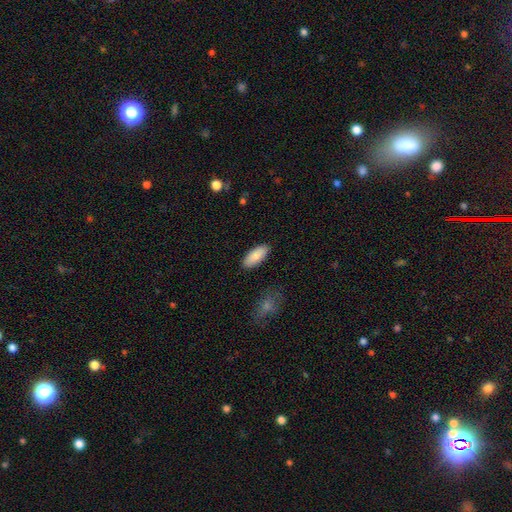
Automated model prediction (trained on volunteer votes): A smooth galaxy with no disk features (88%) that is in between round and cigar-shaped (85%).

Vote fractions:
- Smooth or featured? smooth: 88% / featured or disk: 7% / star or artifact: 6%
- How rounded? in between: 85% / cigar-shaped: 13% / round: 2%
- Merging? none: 88% / minor disturbance: 9% / major disturbance: 2% / merger: 1%